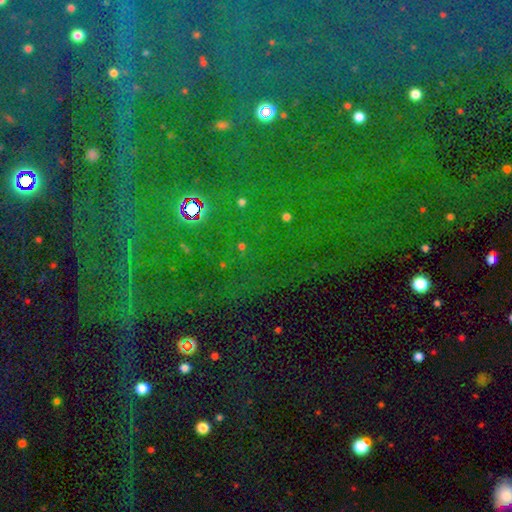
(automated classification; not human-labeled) smooth-or-featured: star or artifact: 85% | smooth: 8% | featured or disk: 7%